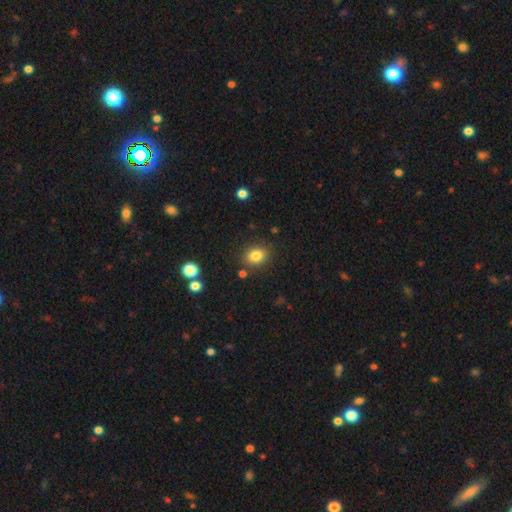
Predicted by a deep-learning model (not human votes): A smooth galaxy with no disk features (83%) that is round (50%). Merging: none (83%).